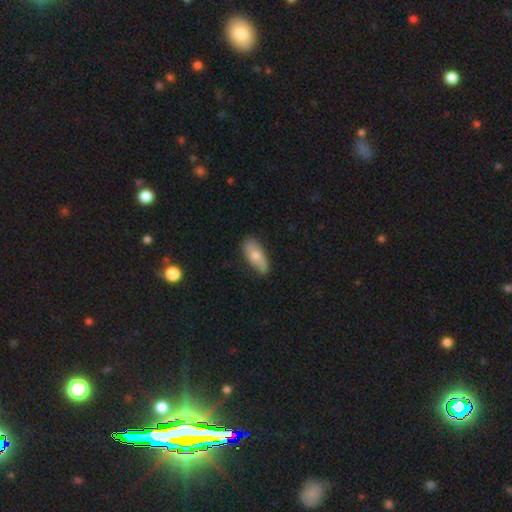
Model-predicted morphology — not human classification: Overall: smooth (64%; featured or disk 30%). How rounded: in between (83%). Merging: none (74%).